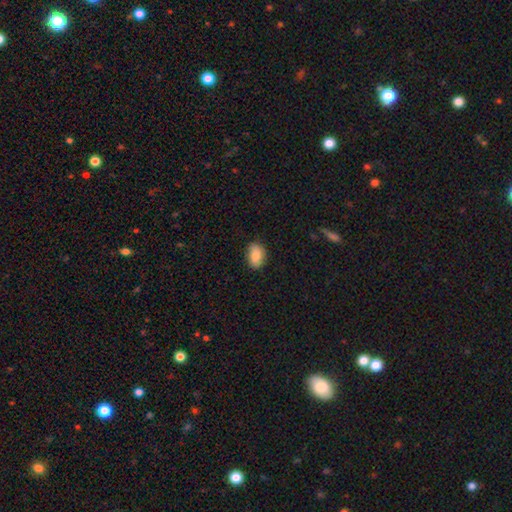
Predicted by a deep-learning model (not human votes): Smooth or featured? Predicted: smooth (p=0.82). How rounded? Predicted: in between (p=0.81). Merging? Predicted: none (p=0.81).